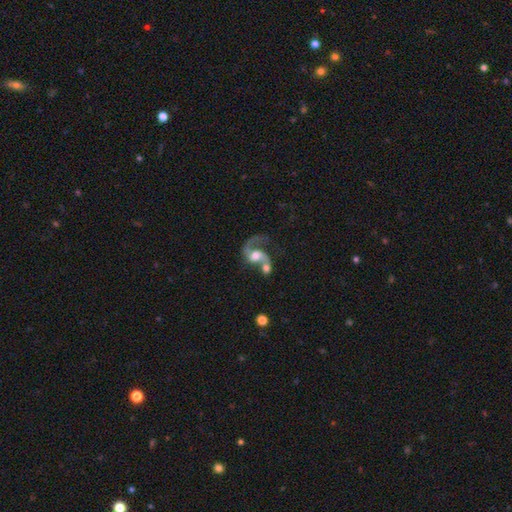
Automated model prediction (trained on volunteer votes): The model was most divided on "bulge size": moderate: 50%, large: 29%, small: 12%, none: 5%, dominant: 4%. More confident: edge-on disk — no (97%); spiral arms — yes (90%); smooth or featured — featured or disk (76%); spiral winding — loose (63%); spiral arm count — 2 (59%); bar — no (59%); merging — merger (54%).